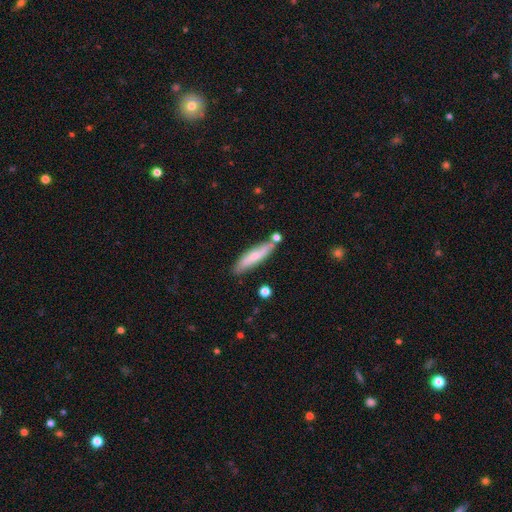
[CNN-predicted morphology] Smooth or featured? Predicted: smooth (p=0.61). How rounded? Predicted: cigar-shaped (p=0.79). Merging? Predicted: none (p=0.72).